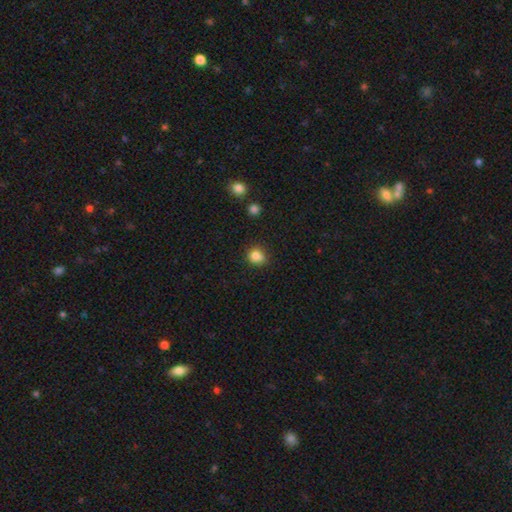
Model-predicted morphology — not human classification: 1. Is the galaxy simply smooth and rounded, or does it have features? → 82% smooth, 11% star or artifact, 7% featured or disk.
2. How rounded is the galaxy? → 70% round, 29% in between, 1% cigar-shaped.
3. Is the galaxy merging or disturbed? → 66% none, 19% minor disturbance, 11% merger, 4% major disturbance.